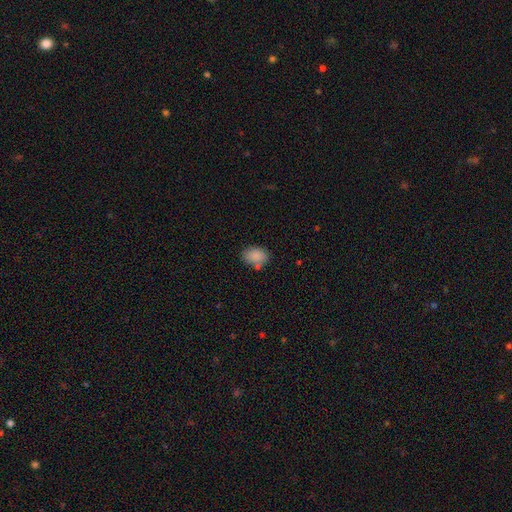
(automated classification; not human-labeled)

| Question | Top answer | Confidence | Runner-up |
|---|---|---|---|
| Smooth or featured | smooth | 86% | star or artifact (8%) |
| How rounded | in between | 78% | round (21%) |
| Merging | none | 70% | minor disturbance (17%) |